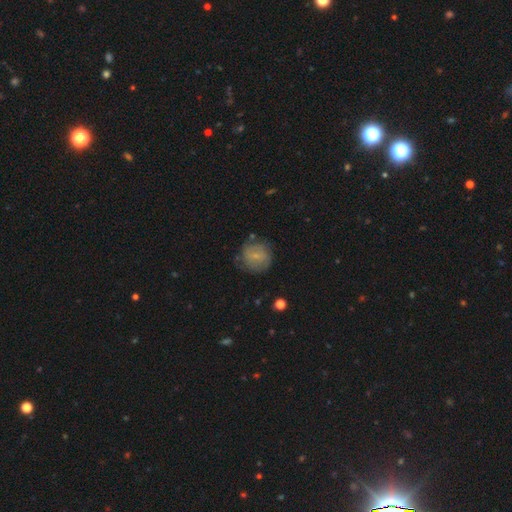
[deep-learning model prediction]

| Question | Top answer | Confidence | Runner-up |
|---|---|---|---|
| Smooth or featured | smooth | 59% | featured or disk (33%) |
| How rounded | round | 86% | in between (13%) |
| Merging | none | 69% | minor disturbance (21%) |